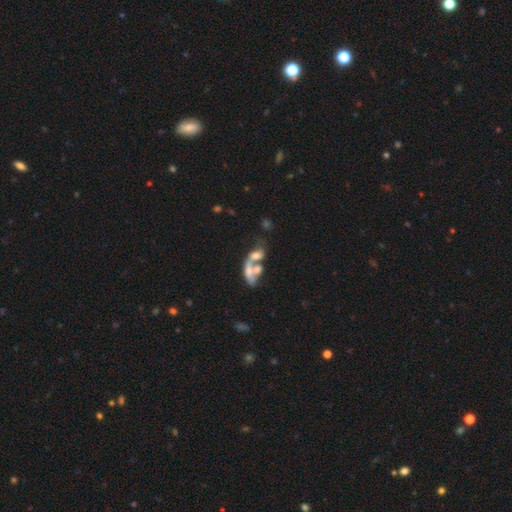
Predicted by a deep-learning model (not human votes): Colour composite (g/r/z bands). It shows a featured or disk galaxy (45%). Merging: merger (66%).